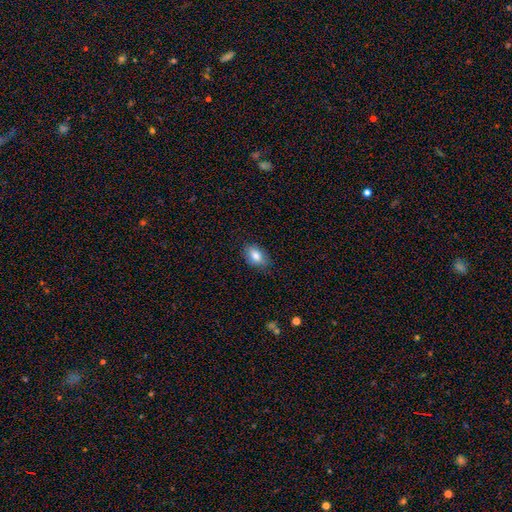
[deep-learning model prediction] Overall: smooth (79%). How rounded: in between (86%). Merging: none (81%).